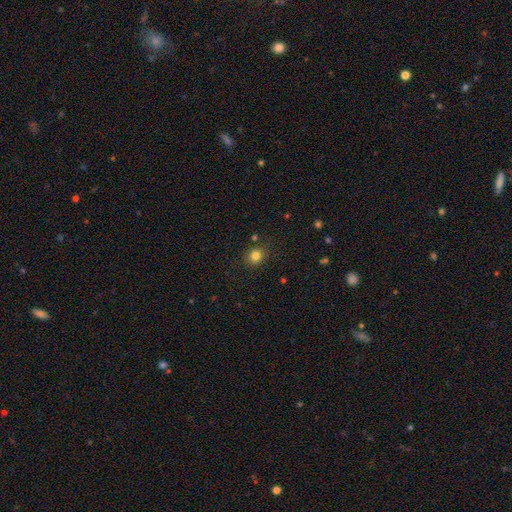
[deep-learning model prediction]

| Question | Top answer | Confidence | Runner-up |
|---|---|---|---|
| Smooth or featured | smooth | 81% | star or artifact (14%) |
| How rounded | round | 83% | in between (16%) |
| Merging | none | 84% | minor disturbance (10%) |